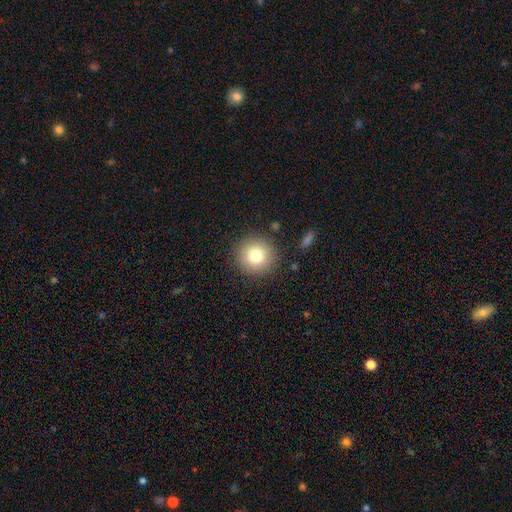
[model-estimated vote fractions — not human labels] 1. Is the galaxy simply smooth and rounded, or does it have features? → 80% smooth, 11% star or artifact, 10% featured or disk.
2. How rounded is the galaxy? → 95% round, 4% in between, 1% cigar-shaped.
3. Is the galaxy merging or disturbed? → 88% none, 7% minor disturbance, 3% major disturbance, 2% merger.